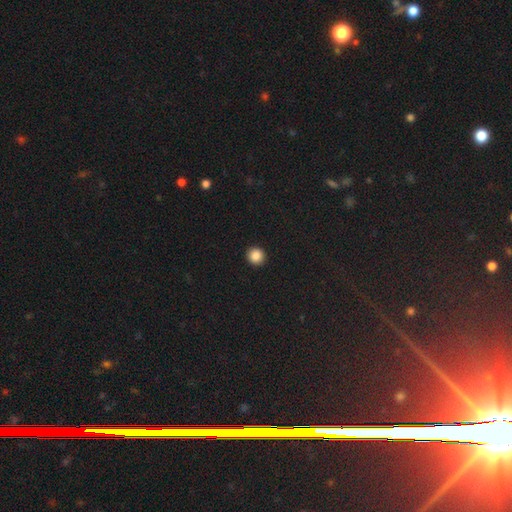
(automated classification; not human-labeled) Q: Smooth or featured?
A: smooth (87%); runner-up: star or artifact (10%)
Q: How rounded?
A: round (93%); runner-up: in between (6%)
Q: Merging?
A: none (93%); runner-up: minor disturbance (5%)